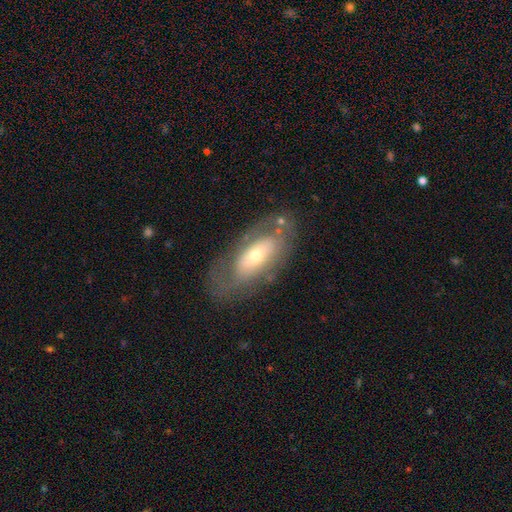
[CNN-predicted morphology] smooth_or_featured: featured or disk (p=0.59) [alt: smooth p=0.33]
disk_edge_on: no (p=0.85) [alt: yes p=0.15]
bar: no (p=0.65) [alt: weak p=0.22]
has_spiral_arms: no (p=0.56) [alt: yes p=0.44]
bulge_size: moderate (p=0.50) [alt: small p=0.42]
merging: none (p=0.71) [alt: minor disturbance p=0.17]